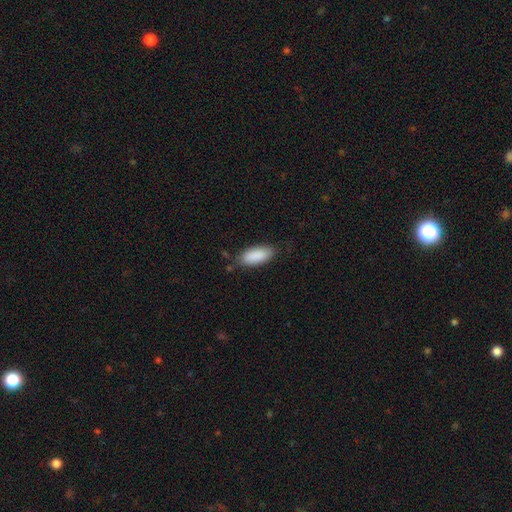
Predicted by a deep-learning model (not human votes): Smooth or featured: smooth — 89% (star or artifact — 6%)
How rounded: in between — 85% (cigar-shaped — 13%)
Merging: none — 78% (minor disturbance — 16%)